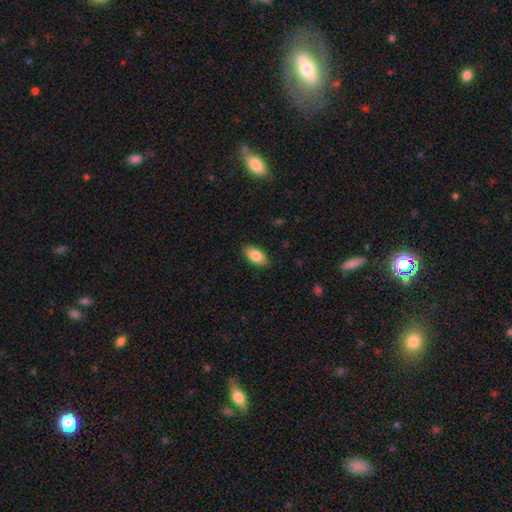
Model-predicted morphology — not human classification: This appears to be a smooth galaxy with no disk features (82%) that is in between round and cigar-shaped (91%). Merging: none (87%).